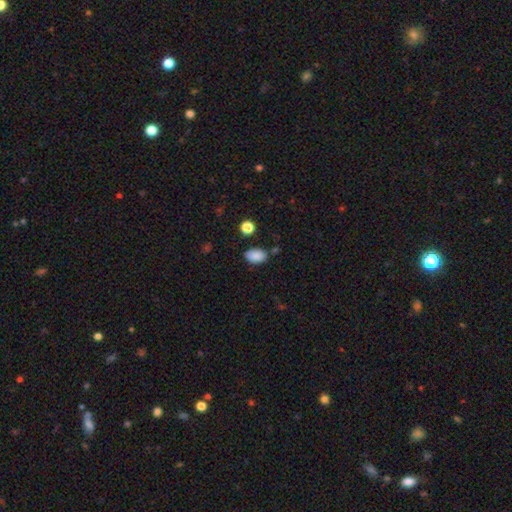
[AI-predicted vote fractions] This is clearly a smooth galaxy (86%). How rounded: clearly in between (88%). Merging: likely none (73%).